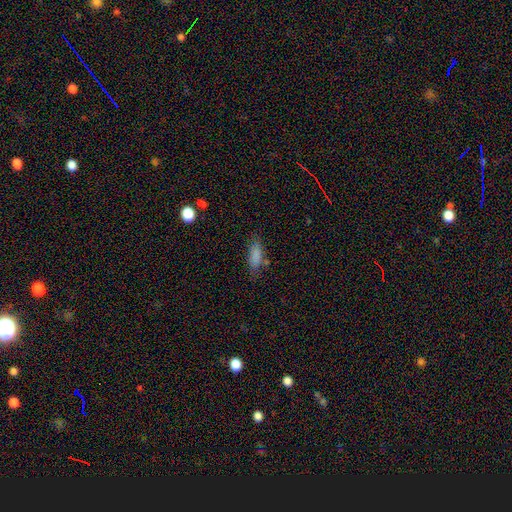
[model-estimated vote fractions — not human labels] smooth_or_featured: smooth (p=0.83) [alt: star or artifact p=0.09]
how_rounded: in between (p=0.68) [alt: cigar-shaped p=0.29]
merging: none (p=0.70) [alt: minor disturbance p=0.20]